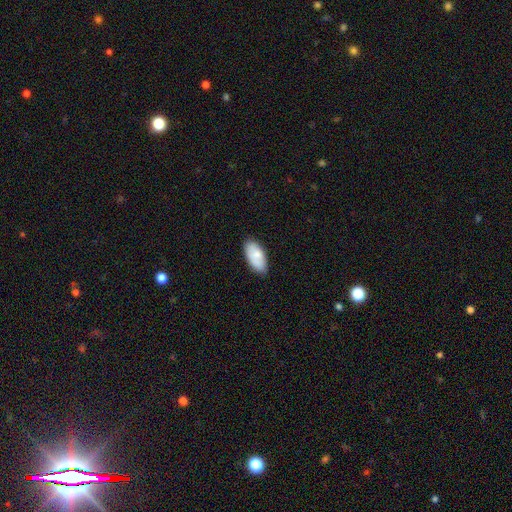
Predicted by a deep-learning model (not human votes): smooth 79%, featured or disk 15%, star or artifact 6%. Down the decision tree: how rounded — in between (93%); merging — none (80%).